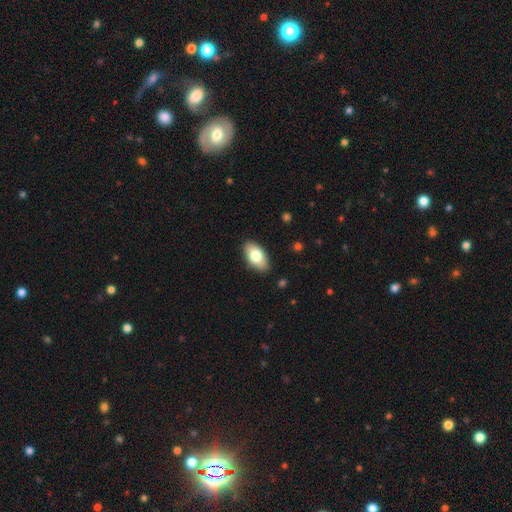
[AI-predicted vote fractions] A smooth galaxy with no disk features (76%) that is in between round and cigar-shaped (93%).

Vote fractions:
- Smooth or featured? smooth: 76% / featured or disk: 18% / star or artifact: 6%
- How rounded? in between: 93% / round: 4% / cigar-shaped: 3%
- Merging? none: 88% / minor disturbance: 9% / major disturbance: 2% / merger: 1%